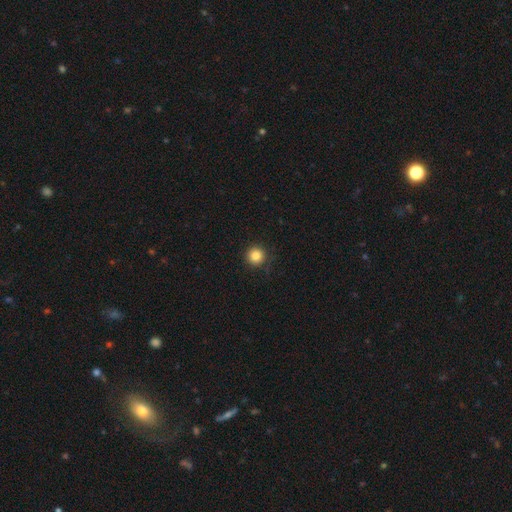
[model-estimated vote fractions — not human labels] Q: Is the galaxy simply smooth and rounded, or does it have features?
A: smooth — 85%.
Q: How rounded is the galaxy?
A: round — 96%.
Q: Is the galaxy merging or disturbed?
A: none — 88%.